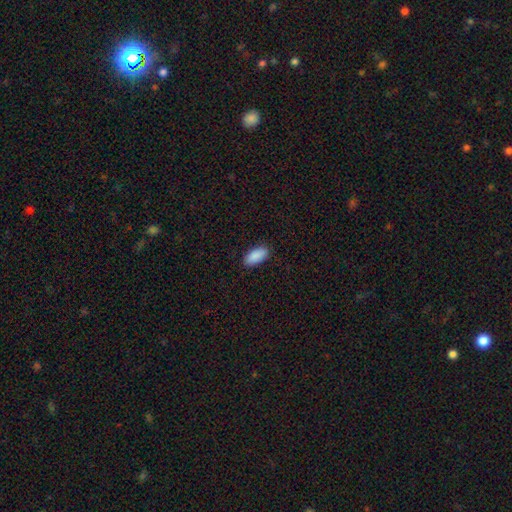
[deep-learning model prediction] Q: Smooth or featured?
A: smooth (91%); runner-up: star or artifact (6%)
Q: How rounded?
A: in between (93%); runner-up: cigar-shaped (6%)
Q: Merging?
A: none (88%); runner-up: minor disturbance (9%)